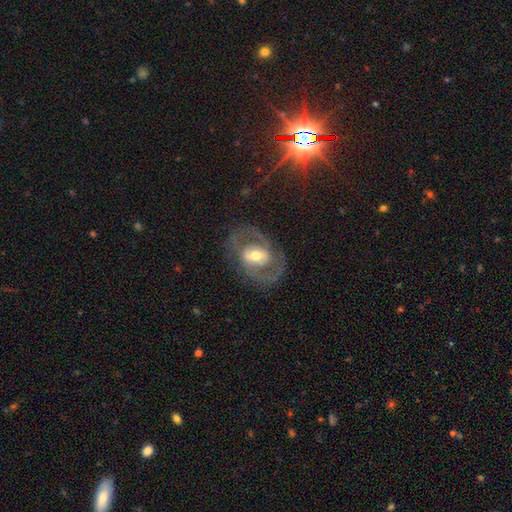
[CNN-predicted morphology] This appears to be a featured or disk galaxy (75%) with a weak bar (40%), spiral arms (70%) and a moderate central bulge (65%). Merging: none (70%).